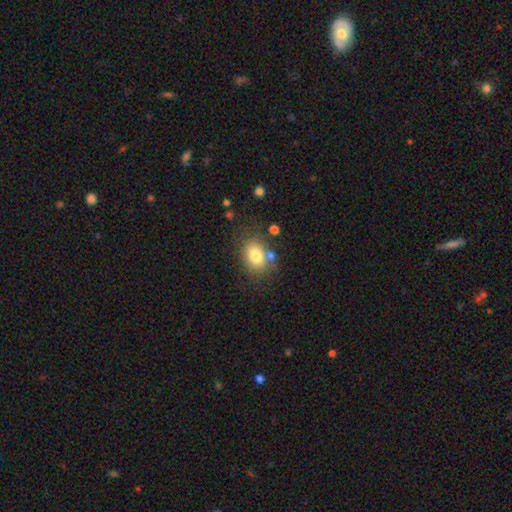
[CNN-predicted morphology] Overall: smooth (78%). How rounded: in between (67%; round 32%). Merging: none (71%).